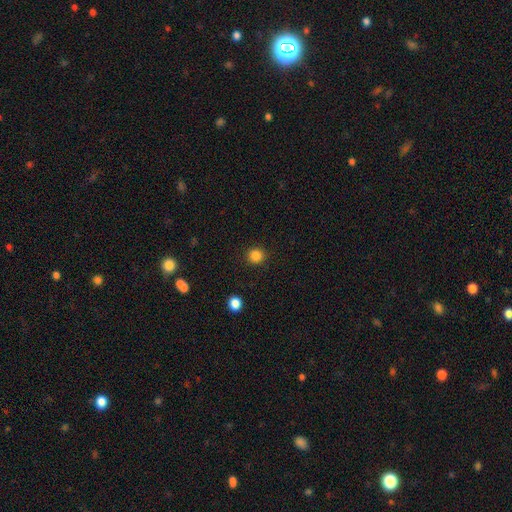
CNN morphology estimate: A smooth galaxy with no disk features (85%) that is round (93%). Merging: none (92%).